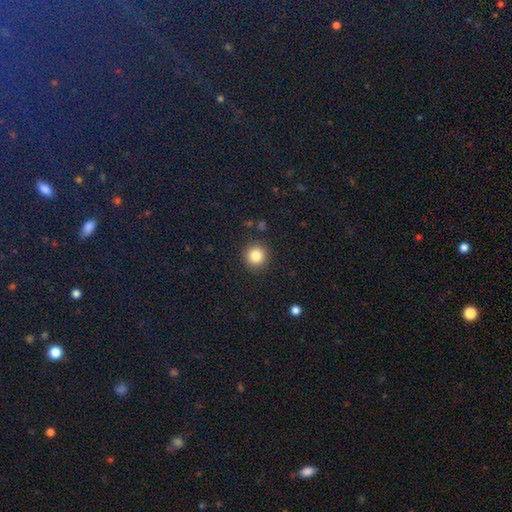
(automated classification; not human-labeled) Smooth or featured?
  - smooth: 84% *
  - star or artifact: 10%
  - featured or disk: 6%
How rounded?
  - round: 94% *
  - in between: 5%
  - cigar-shaped: 1%
Merging?
  - none: 90% *
  - minor disturbance: 6%
  - major disturbance: 2%
  - merger: 1%